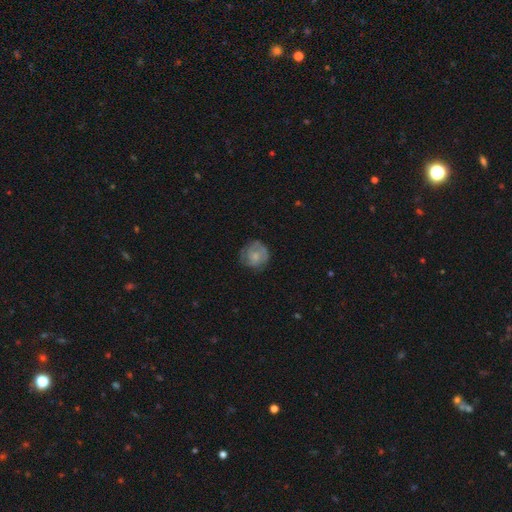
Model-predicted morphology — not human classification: A smooth galaxy with no disk features (47%).

Vote fractions:
- Smooth or featured? smooth: 47% / featured or disk: 46% / star or artifact: 7%
- Merging? none: 69% / minor disturbance: 21% / major disturbance: 9% / merger: 1%